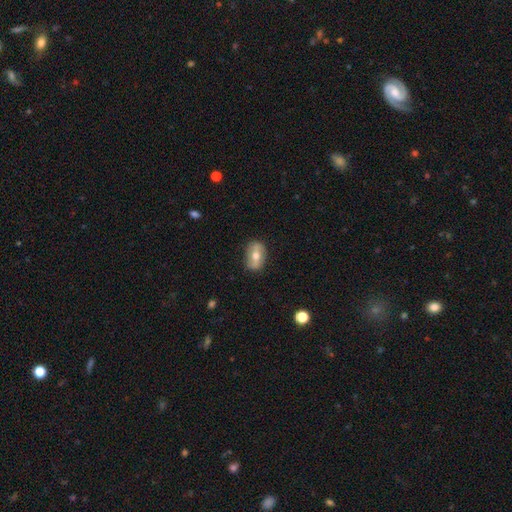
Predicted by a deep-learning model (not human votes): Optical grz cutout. It shows a featured or disk galaxy (47%). Merging: none (81%).